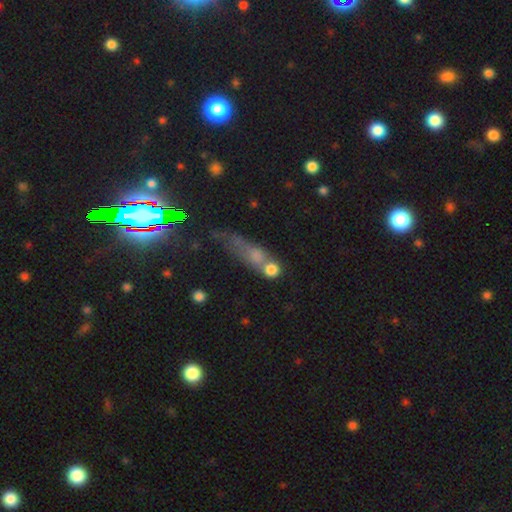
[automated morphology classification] Smooth or featured?
  - smooth: 51% *
  - star or artifact: 29%
  - featured or disk: 21%
How rounded?
  - cigar-shaped: 39% *
  - in between: 33%
  - round: 28%
Merging?
  - none: 36% *
  - merger: 31%
  - major disturbance: 17%
  - minor disturbance: 16%